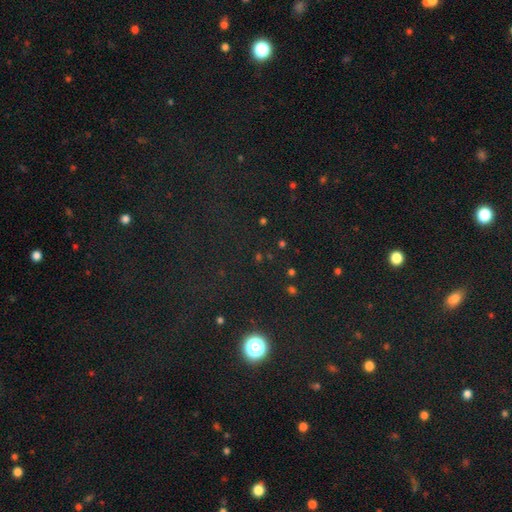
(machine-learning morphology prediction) The model was most divided on "smooth or featured": star or artifact: 72%, smooth: 20%, featured or disk: 8%.